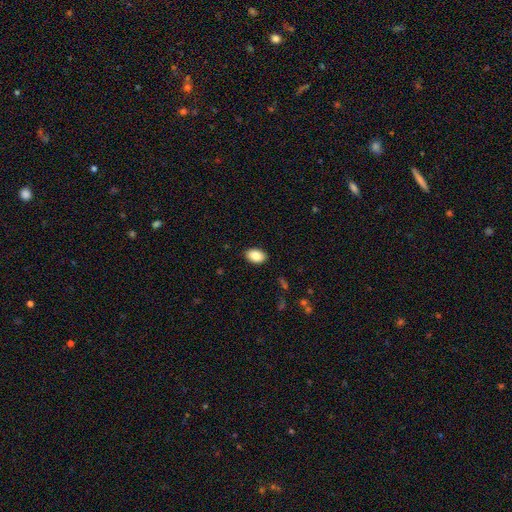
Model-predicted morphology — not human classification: Smooth or featured? smooth (86%)
How rounded? in between (87%)
Merging? none (89%)